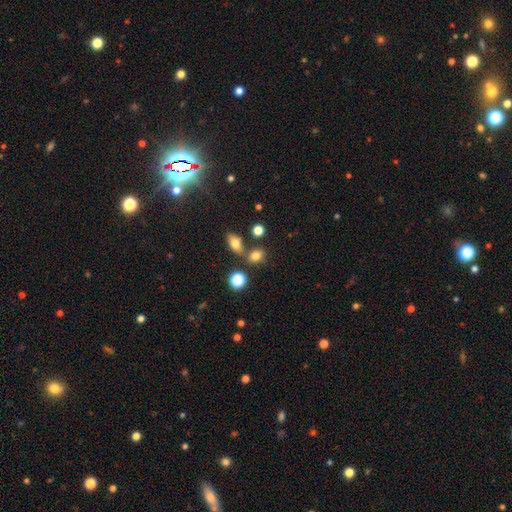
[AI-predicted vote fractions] smooth-or-featured: smooth: 78% | star or artifact: 14% | featured or disk: 9%
  how-rounded: round: 49% (tied) | in between: 49% (tied) | cigar-shaped: 2%
  merging: none: 67% | merger: 18% | minor disturbance: 11% | major disturbance: 4%